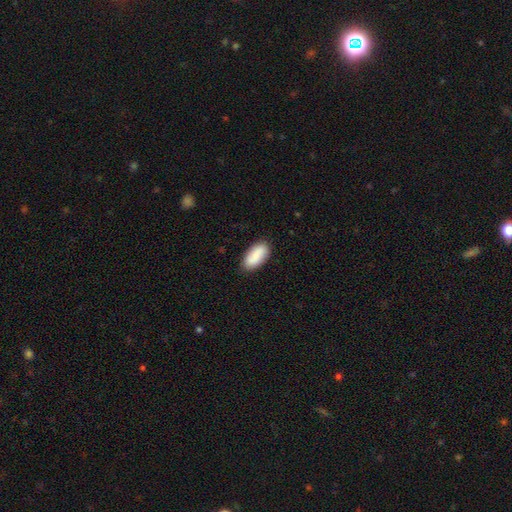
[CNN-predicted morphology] This is clearly a smooth galaxy (85%). How rounded: clearly in between (91%). Merging: clearly none (85%).